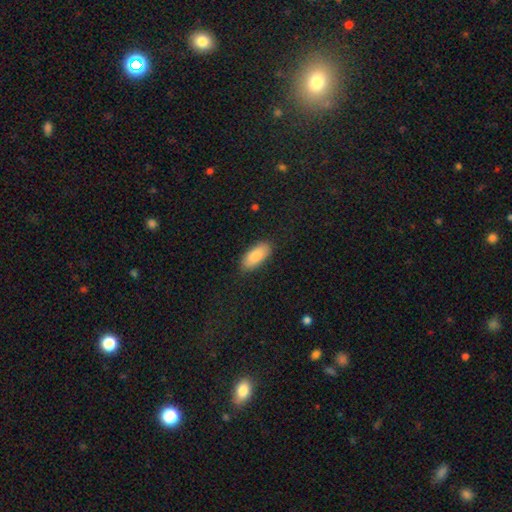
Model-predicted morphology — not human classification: Smooth or featured? Predicted: smooth (p=0.88). How rounded? Predicted: in between (p=0.87). Merging? Predicted: none (p=0.84).